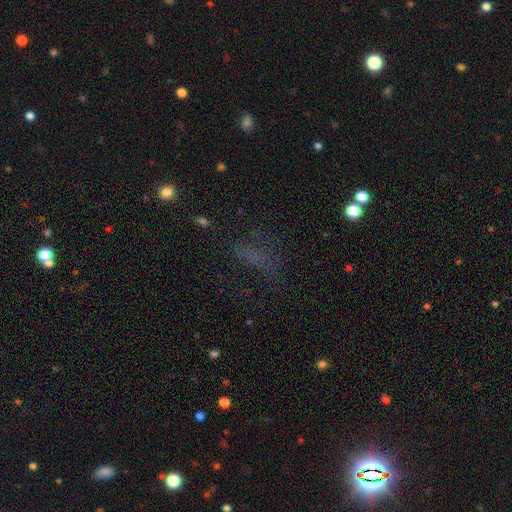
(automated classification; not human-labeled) Morphology: type=smooth (43%); merging=none (50%).